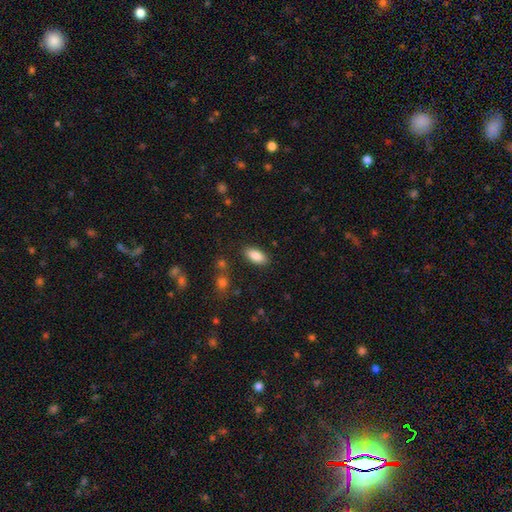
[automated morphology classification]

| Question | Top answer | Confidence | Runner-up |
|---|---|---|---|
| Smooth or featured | smooth | 87% | star or artifact (7%) |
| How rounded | in between | 88% | cigar-shaped (9%) |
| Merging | none | 86% | minor disturbance (9%) |